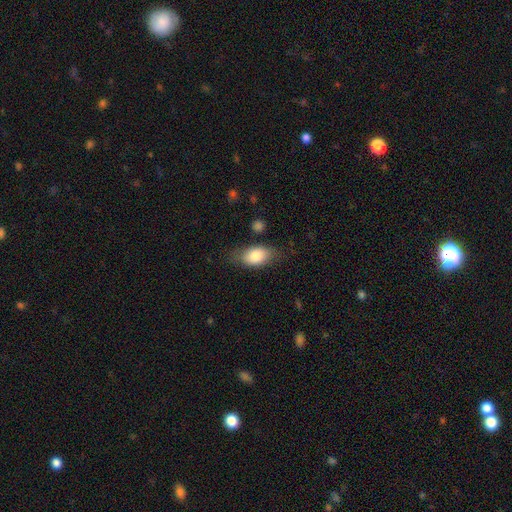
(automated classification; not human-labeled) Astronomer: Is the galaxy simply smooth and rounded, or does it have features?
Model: smooth — 79%.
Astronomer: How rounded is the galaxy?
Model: in between — 87%.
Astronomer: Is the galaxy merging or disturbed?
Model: none — 72%.